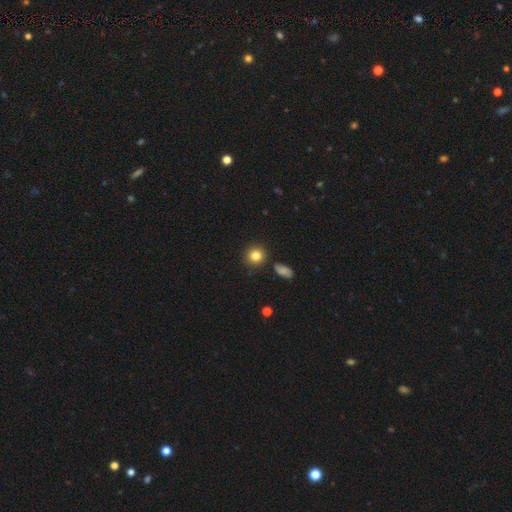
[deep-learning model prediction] Smooth or featured? smooth (83%)
How rounded? round (89%)
Merging? none (86%)